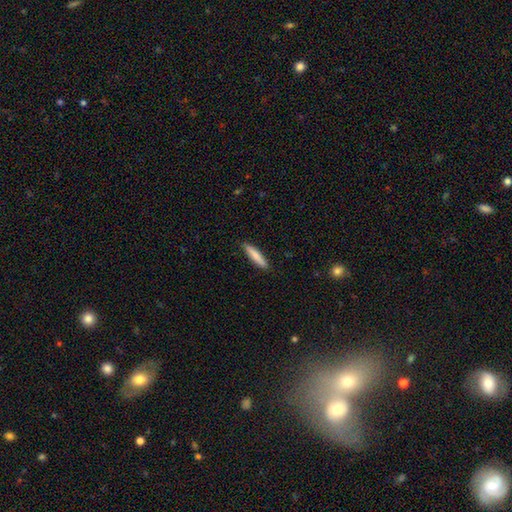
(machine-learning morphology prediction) Overall: smooth (81%). How rounded: cigar-shaped (88%). Merging: none (90%).